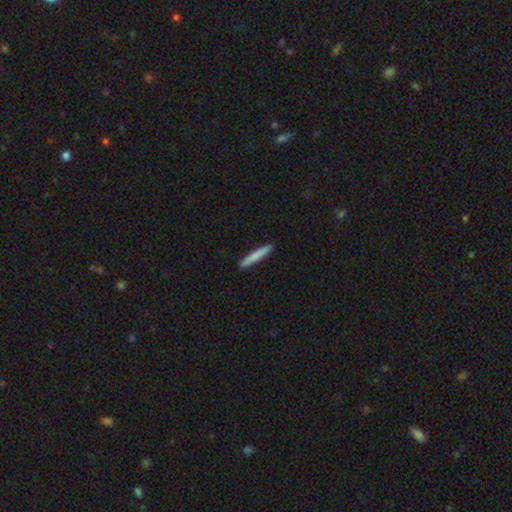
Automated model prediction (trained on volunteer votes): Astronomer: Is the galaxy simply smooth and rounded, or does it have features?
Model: smooth — 79%.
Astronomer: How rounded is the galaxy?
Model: cigar-shaped — 95%.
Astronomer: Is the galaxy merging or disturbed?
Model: none — 92%.